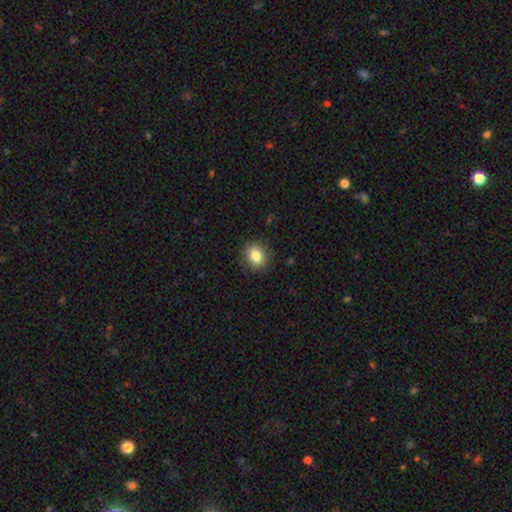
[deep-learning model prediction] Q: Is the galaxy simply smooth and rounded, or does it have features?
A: smooth — 83%.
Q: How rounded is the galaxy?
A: round — 62%.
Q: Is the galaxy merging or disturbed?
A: none — 89%.